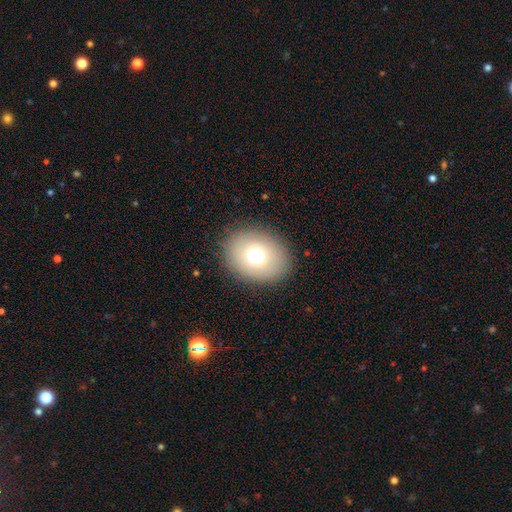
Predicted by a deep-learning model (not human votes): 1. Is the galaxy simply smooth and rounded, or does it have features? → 74% smooth, 15% featured or disk, 11% star or artifact.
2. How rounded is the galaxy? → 53% in between, 46% round, 1% cigar-shaped.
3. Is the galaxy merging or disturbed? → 88% none, 8% minor disturbance, 3% major disturbance, 1% merger.